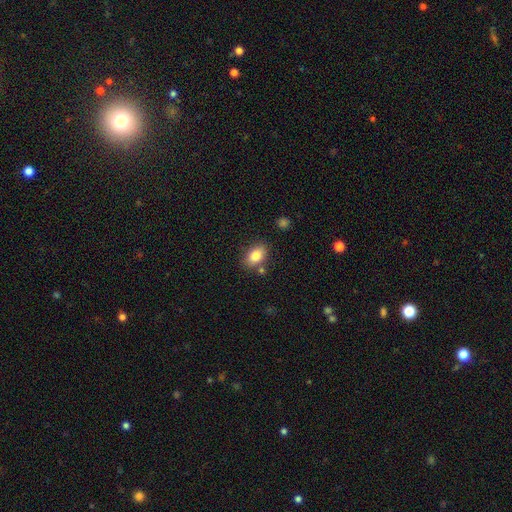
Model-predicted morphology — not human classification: A smooth galaxy with no disk features (83%) that is in between round and cigar-shaped (85%). Merging: none (78%).